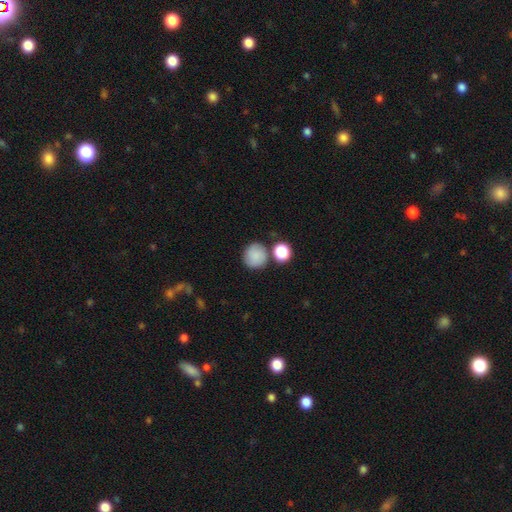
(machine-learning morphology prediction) Overall: smooth (79%). How rounded: round (88%). Merging: none (70%).